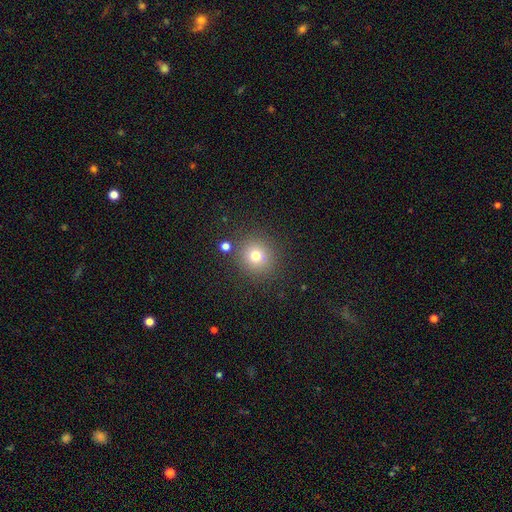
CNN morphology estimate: smooth_or_featured: smooth (p=0.74) [alt: star or artifact p=0.16]
how_rounded: round (p=0.92) [alt: in between p=0.07]
merging: none (p=0.85) [alt: minor disturbance p=0.08]